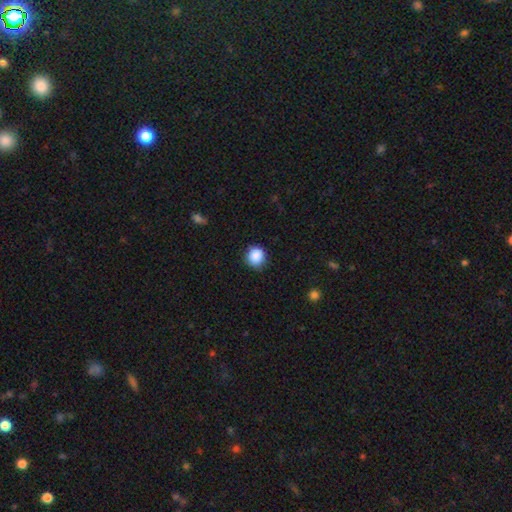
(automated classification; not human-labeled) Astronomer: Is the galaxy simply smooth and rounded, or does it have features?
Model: smooth — 88%.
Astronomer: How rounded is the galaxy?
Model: round — 90%.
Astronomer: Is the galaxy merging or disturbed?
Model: none — 88%.